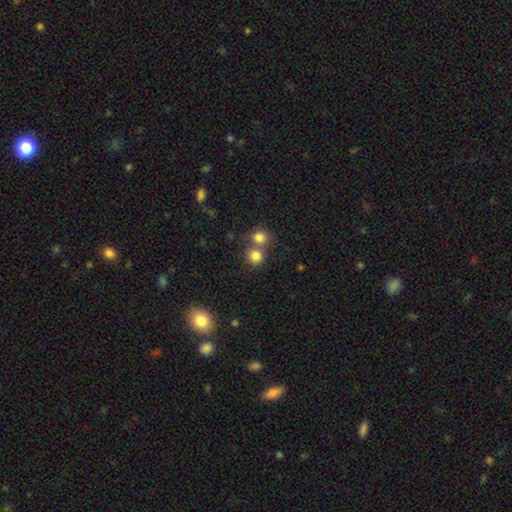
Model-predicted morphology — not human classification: Overall: smooth (81%). How rounded: round (87%). Merging: none (53%; merger 38%).